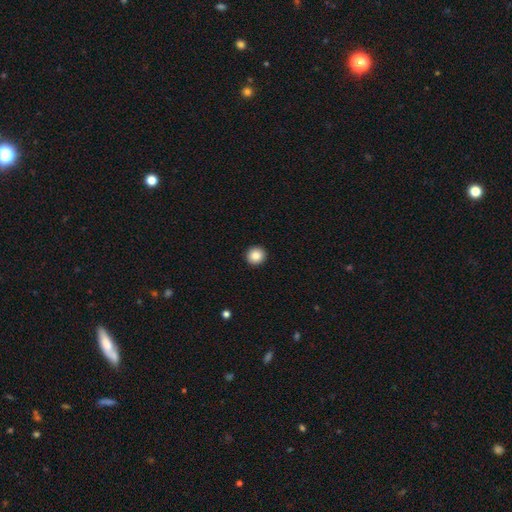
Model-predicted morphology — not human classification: Overall: smooth (87%). How rounded: round (93%). Merging: none (94%).